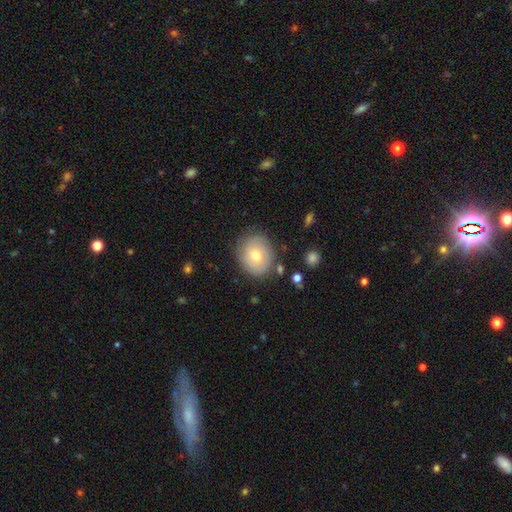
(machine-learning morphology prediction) smooth-or-featured: smooth: 62% | featured or disk: 29% | star or artifact: 9%
  how-rounded: round: 61% | in between: 38% | cigar-shaped: 1%
  merging: none: 79% | minor disturbance: 15% | major disturbance: 4% | merger: 2%